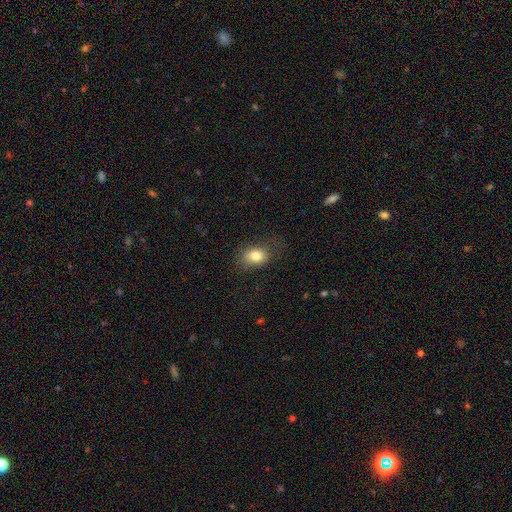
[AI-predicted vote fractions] A smooth galaxy with no disk features (80%) that is in between round and cigar-shaped (69%). Merging: none (70%).